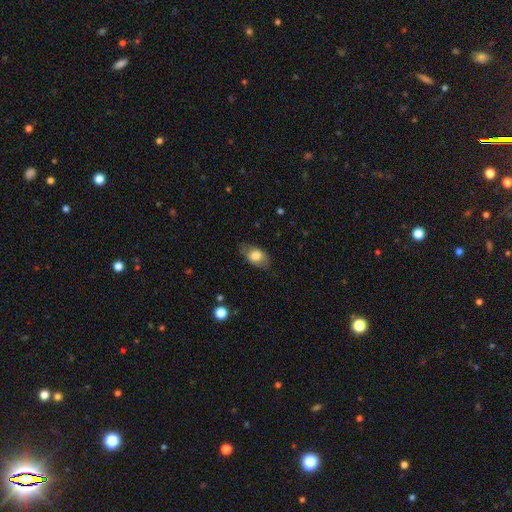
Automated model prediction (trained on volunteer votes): The model was most divided on "smooth or featured": smooth: 75%, featured or disk: 18%, star or artifact: 7%. More confident: how rounded — in between (88%); merging — none (76%).